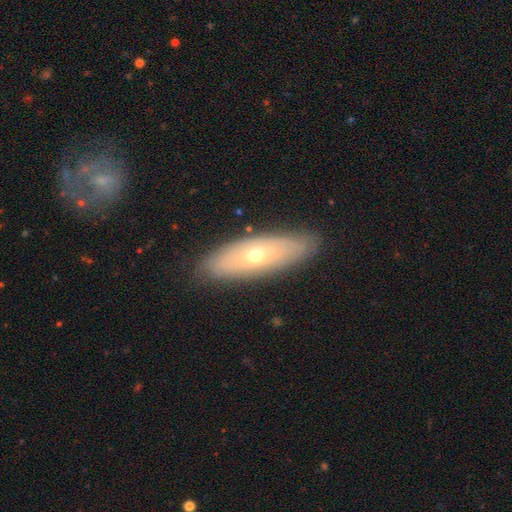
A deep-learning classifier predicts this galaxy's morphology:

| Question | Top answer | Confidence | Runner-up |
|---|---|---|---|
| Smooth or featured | smooth | 46% | tied: featured or disk (46%) |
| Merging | none | 87% | minor disturbance (10%) |